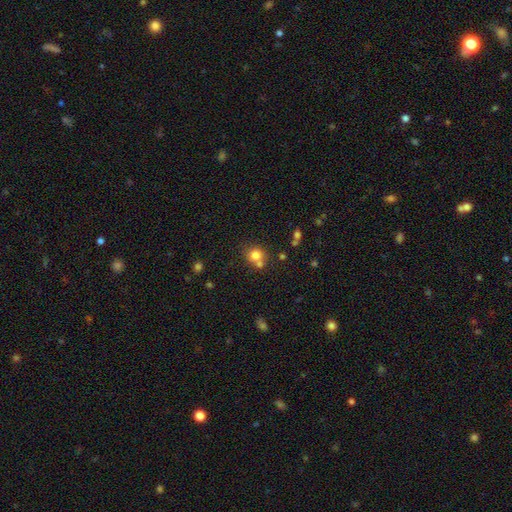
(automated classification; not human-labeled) smooth-or-featured: smooth: 77% | star or artifact: 13% | featured or disk: 9%
  how-rounded: round: 86% | in between: 13% | cigar-shaped: 1%
  merging: none: 55% | merger: 33% | minor disturbance: 9% | major disturbance: 3%